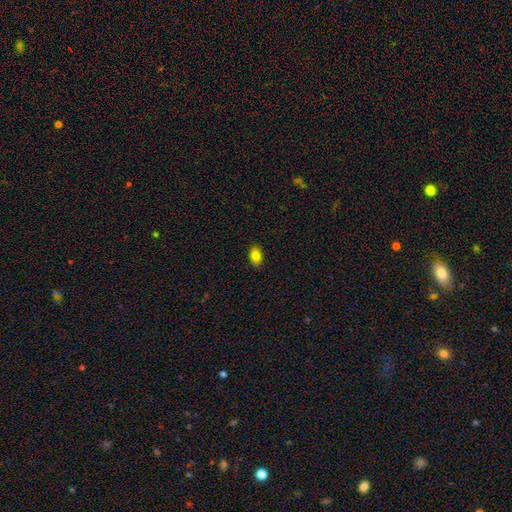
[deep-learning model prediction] Q: Smooth or featured?
A: smooth (82%); runner-up: star or artifact (9%)
Q: How rounded?
A: in between (86%); runner-up: round (12%)
Q: Merging?
A: none (88%); runner-up: minor disturbance (10%)